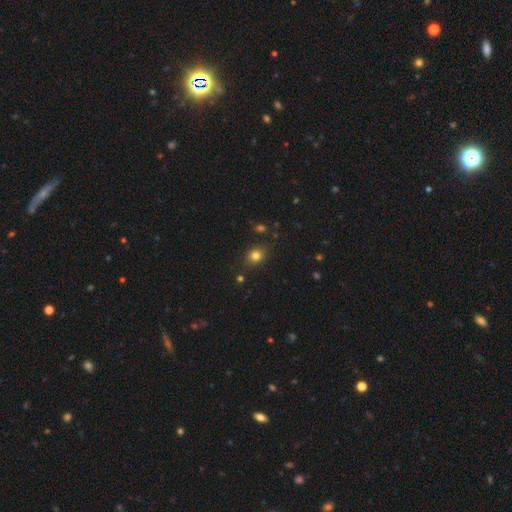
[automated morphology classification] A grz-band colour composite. It shows a smooth galaxy with no disk features (78%) that is round (62%). Merging: none (82%).